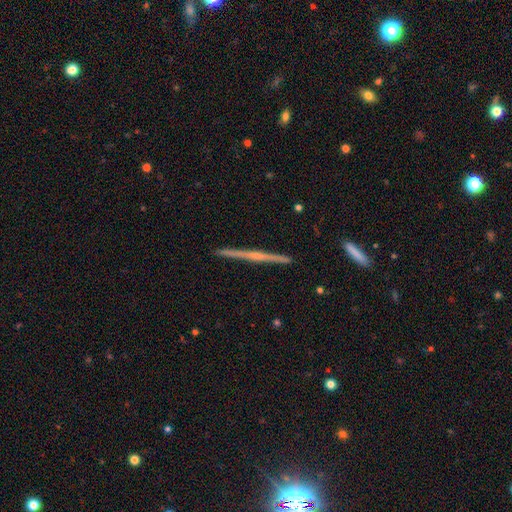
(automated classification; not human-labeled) featured or disk 71%, smooth 22%, star or artifact 6%. Down the decision tree: edge-on disk — yes (98%); edge-on bulge — none (52%); merging — none (92%).